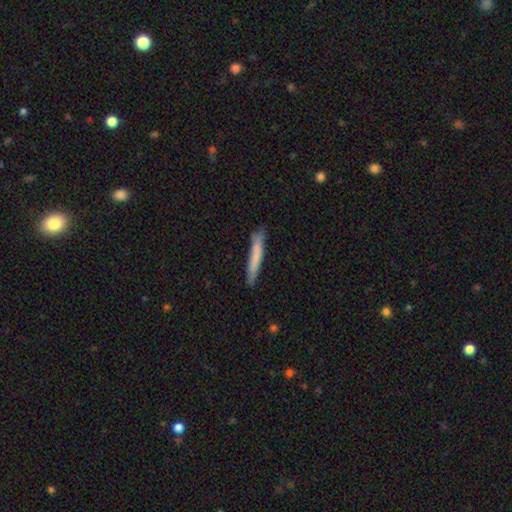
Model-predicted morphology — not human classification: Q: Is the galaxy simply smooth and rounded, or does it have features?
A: smooth — 73%.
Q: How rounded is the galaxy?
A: cigar-shaped — 95%.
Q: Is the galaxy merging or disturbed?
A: none — 84%.